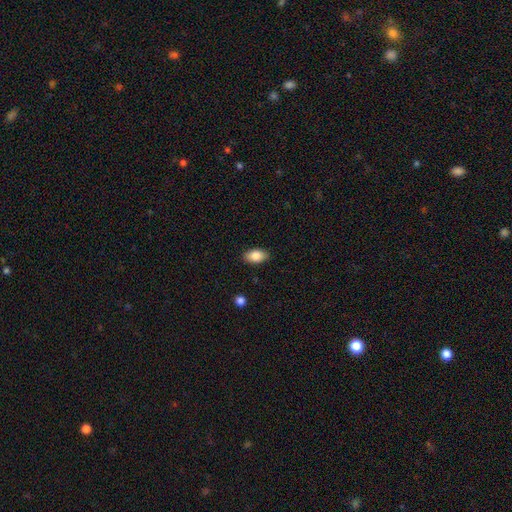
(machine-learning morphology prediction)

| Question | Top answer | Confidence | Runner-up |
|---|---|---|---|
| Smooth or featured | smooth | 85% | featured or disk (7%) |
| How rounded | in between | 92% | round (6%) |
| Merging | none | 88% | minor disturbance (9%) |